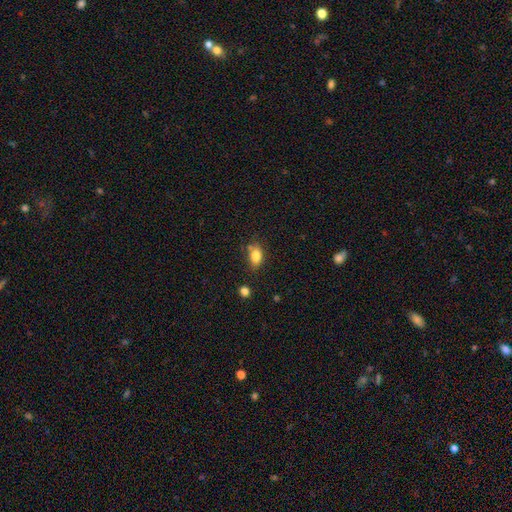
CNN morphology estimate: smooth_or_featured: smooth (p=0.83) [alt: star or artifact p=0.10]
how_rounded: in between (p=0.83) [alt: round p=0.14]
merging: none (p=0.71) [alt: minor disturbance p=0.18]